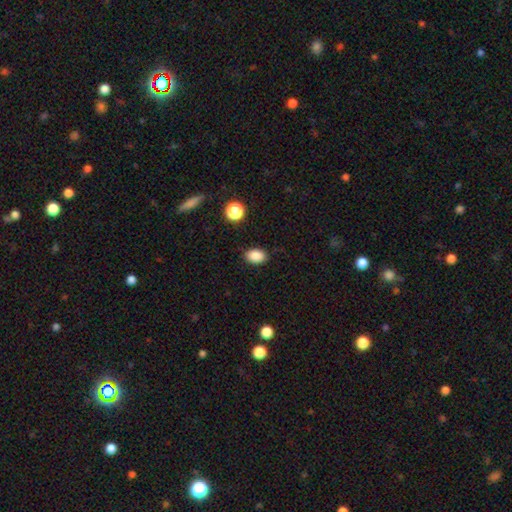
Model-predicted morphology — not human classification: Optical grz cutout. It shows a smooth galaxy with no disk features (87%) that is in between round and cigar-shaped (81%). Merging: none (87%).